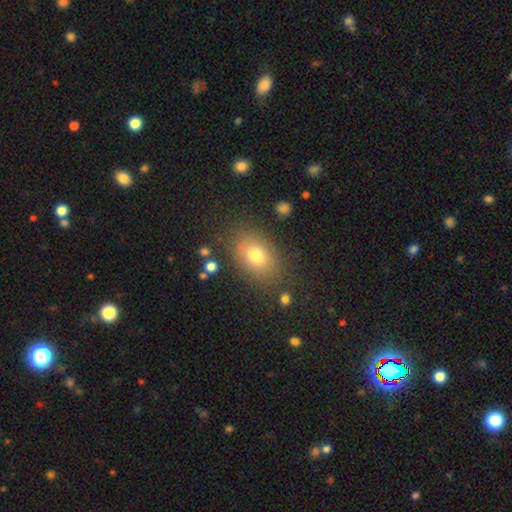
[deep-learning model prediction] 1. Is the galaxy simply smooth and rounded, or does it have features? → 75% smooth, 14% featured or disk, 11% star or artifact.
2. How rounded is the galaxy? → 77% in between, 22% round, 2% cigar-shaped.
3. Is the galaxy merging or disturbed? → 80% none, 13% minor disturbance, 5% major disturbance, 2% merger.